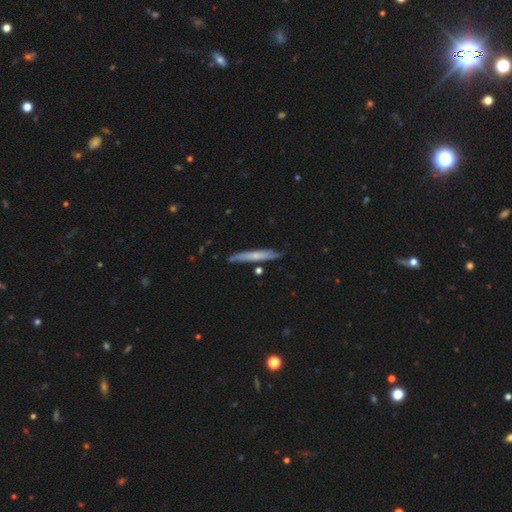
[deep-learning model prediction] The model was most divided on "smooth or featured": smooth: 53%, featured or disk: 41%, star or artifact: 6%. More confident: how rounded — cigar-shaped (95%); merging — none (82%).